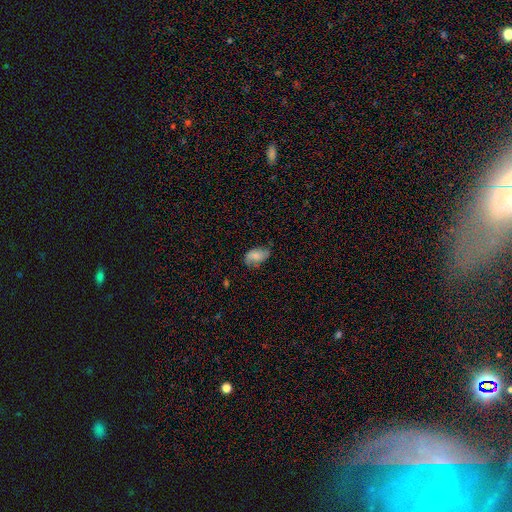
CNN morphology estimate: Smooth or featured?
  - smooth: 68% *
  - featured or disk: 24%
  - star or artifact: 8%
How rounded?
  - in between: 92% *
  - round: 6%
  - cigar-shaped: 2%
Merging?
  - none: 61% *
  - minor disturbance: 30%
  - major disturbance: 8%
  - merger: 1%